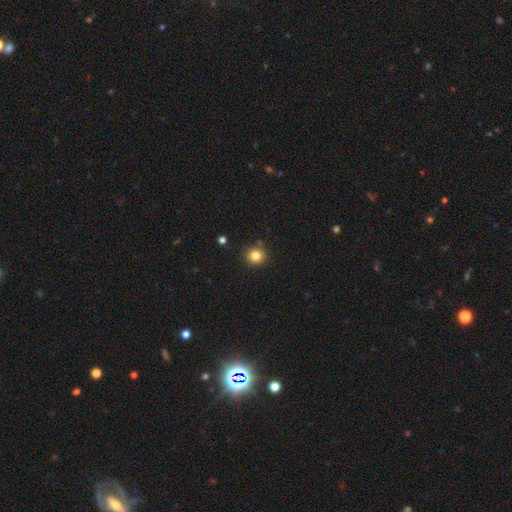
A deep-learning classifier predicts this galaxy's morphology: This is clearly a smooth galaxy (83%). How rounded: clearly round (90%). Merging: clearly none (88%).